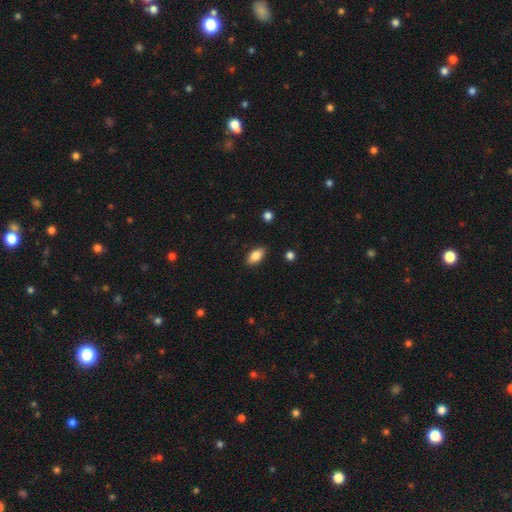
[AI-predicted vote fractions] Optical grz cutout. It shows a smooth galaxy with no disk features (82%) that is in between round and cigar-shaped (89%). Merging: none (87%).